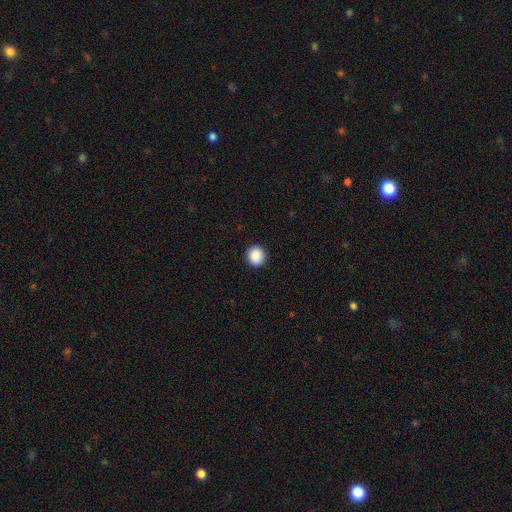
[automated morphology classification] A smooth galaxy with no disk features (89%) that is round (90%). Merging: none (92%).